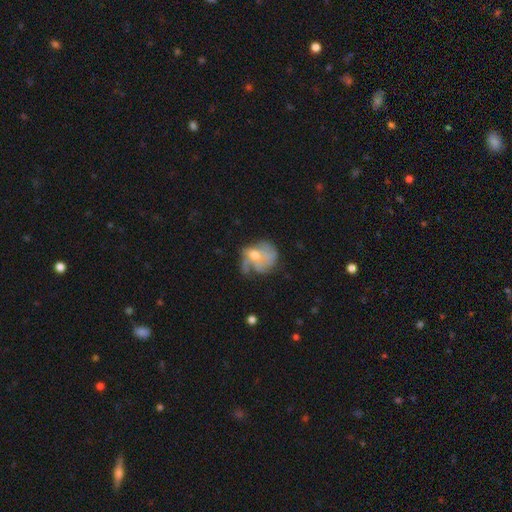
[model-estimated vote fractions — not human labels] Smooth or featured?
  - featured or disk: 55% *
  - smooth: 34%
  - star or artifact: 10%
Edge-on disk?
  - no: 97% *
  - yes: 3%
Bar?
  - no: 80% *
  - weak: 17%
  - strong: 3%
Spiral arms?
  - yes: 60% *
  - no: 40%
Bulge size?
  - moderate: 57% *
  - small: 35%
  - large: 4%
  - none: 3%
  - dominant: 1%
Merging?
  - none: 37% *
  - major disturbance: 32%
  - minor disturbance: 26%
  - merger: 5%